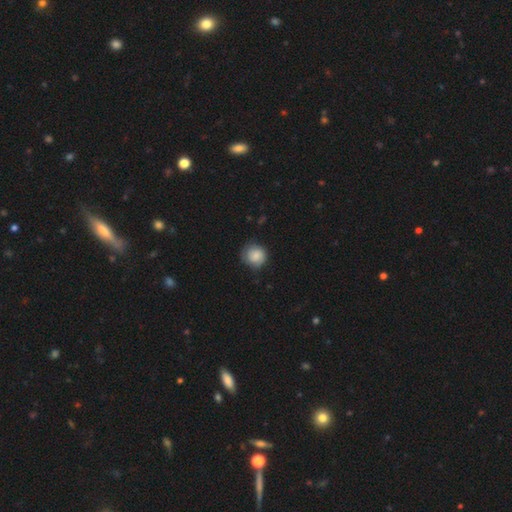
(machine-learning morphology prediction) Smooth or featured? smooth (76%)
How rounded? round (86%)
Merging? none (71%)